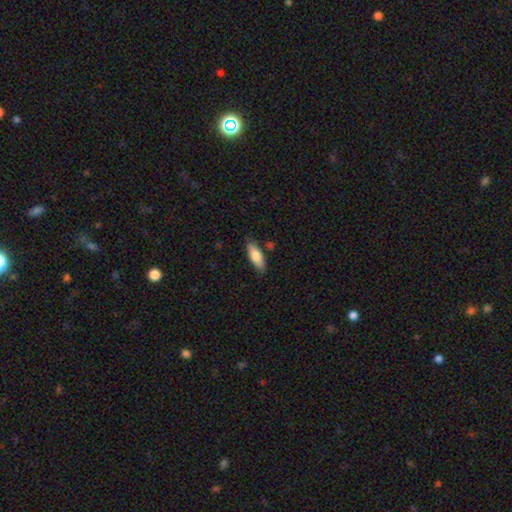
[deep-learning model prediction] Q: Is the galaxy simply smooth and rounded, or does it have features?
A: smooth — 77%.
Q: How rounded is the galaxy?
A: in between — 60%.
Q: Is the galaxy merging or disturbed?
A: none — 81%.